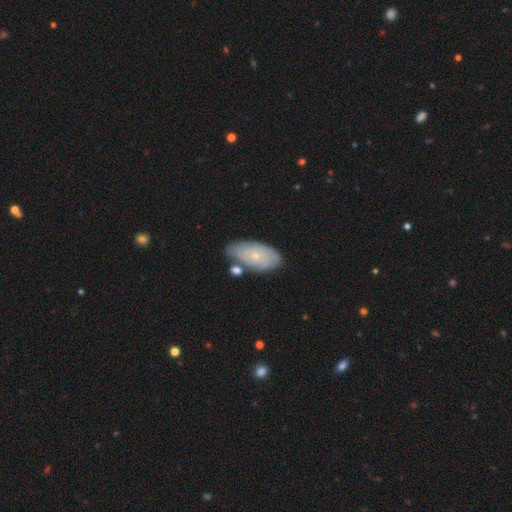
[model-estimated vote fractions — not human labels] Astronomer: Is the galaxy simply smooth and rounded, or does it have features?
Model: featured or disk — 47% (runner-up: smooth, 46%).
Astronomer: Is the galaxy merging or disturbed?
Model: none — 67%.